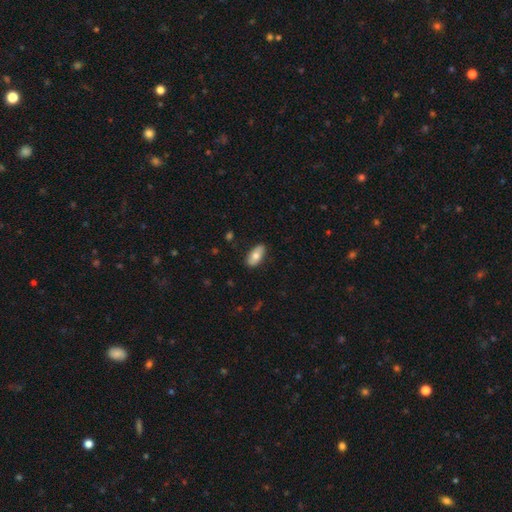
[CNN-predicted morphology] Smooth or featured: smooth — 73% (featured or disk — 21%)
How rounded: in between — 90% (cigar-shaped — 7%)
Merging: none — 84% (minor disturbance — 12%)